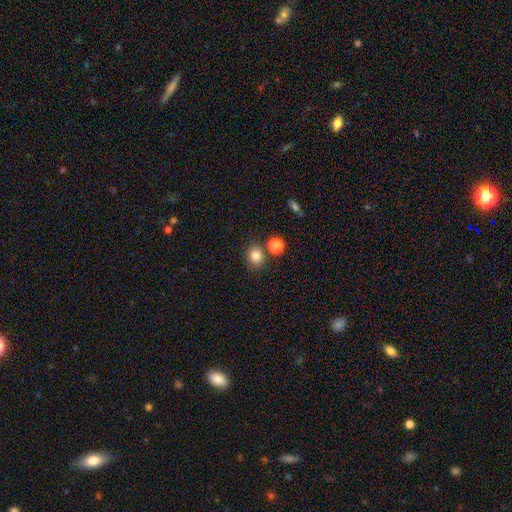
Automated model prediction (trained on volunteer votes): Smooth or featured?
  - smooth: 83% *
  - star or artifact: 12%
  - featured or disk: 5%
How rounded?
  - round: 68% *
  - in between: 31%
  - cigar-shaped: 1%
Merging?
  - none: 75% *
  - merger: 12%
  - minor disturbance: 10%
  - major disturbance: 3%